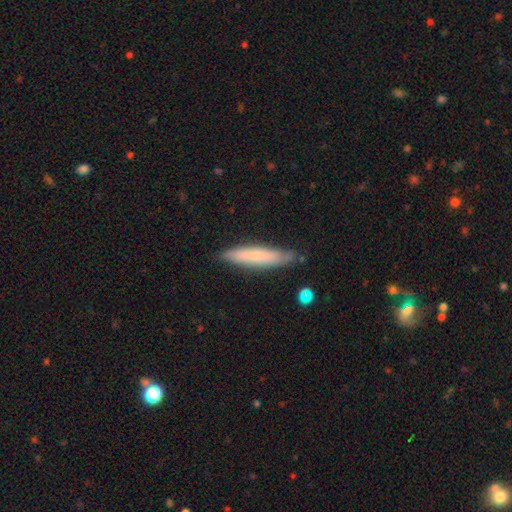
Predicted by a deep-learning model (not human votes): smooth 67%, featured or disk 27%, star or artifact 6%. Down the decision tree: how rounded — cigar-shaped (88%); merging — none (82%).